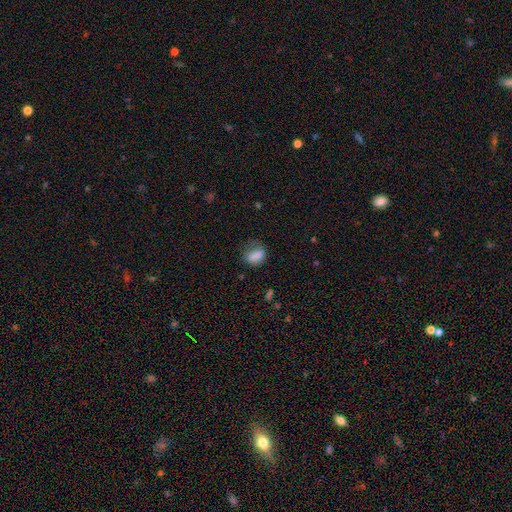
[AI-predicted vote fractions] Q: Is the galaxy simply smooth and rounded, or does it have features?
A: smooth — 80%.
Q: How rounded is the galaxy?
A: in between — 67%.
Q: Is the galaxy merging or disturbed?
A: none — 55%.